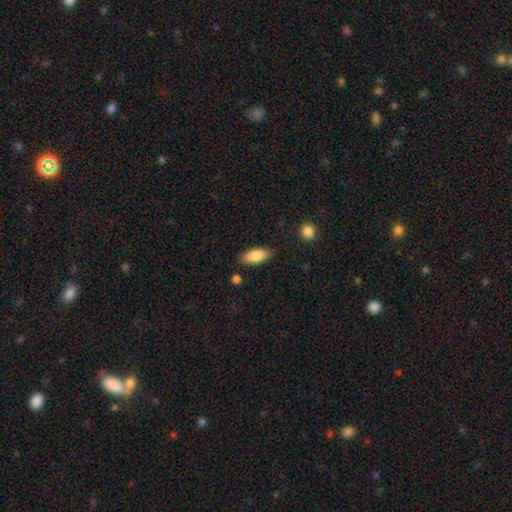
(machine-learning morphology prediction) This is clearly a smooth galaxy (84%). How rounded: clearly in between (85%). Merging: clearly none (83%).